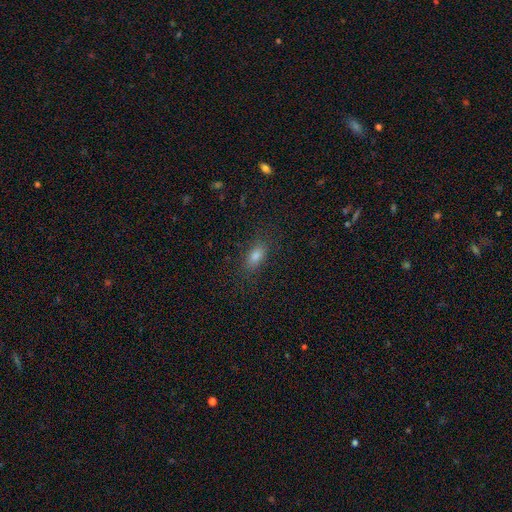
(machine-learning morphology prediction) type=smooth (78%); roundness=in between (80%); merging=none (84%).